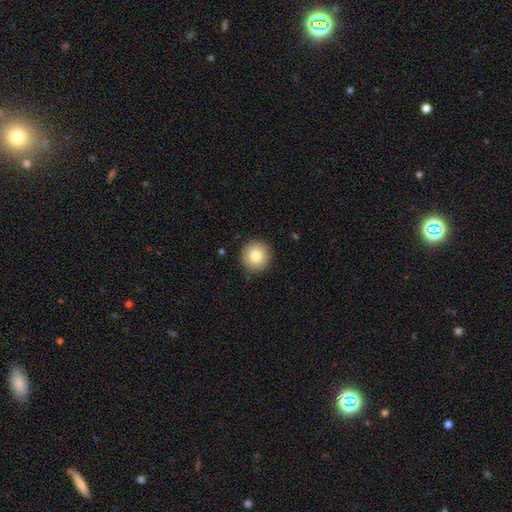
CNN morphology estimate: A smooth galaxy with no disk features (81%) that is round (95%). Merging: none (91%).